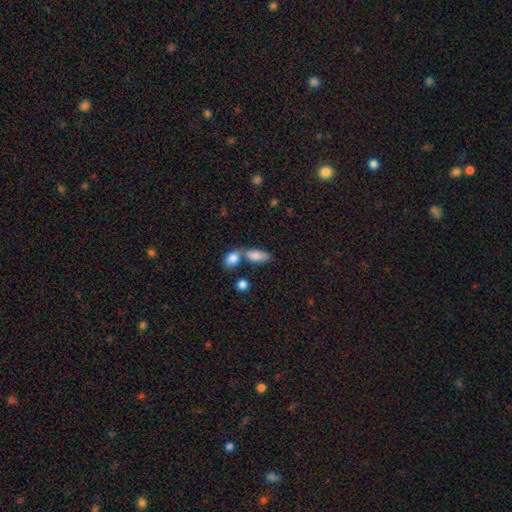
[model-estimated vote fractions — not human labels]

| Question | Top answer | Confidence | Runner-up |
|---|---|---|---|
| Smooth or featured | smooth | 83% | featured or disk (9%) |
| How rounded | in between | 83% | cigar-shaped (13%) |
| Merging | none | 43% | merger (40%) |